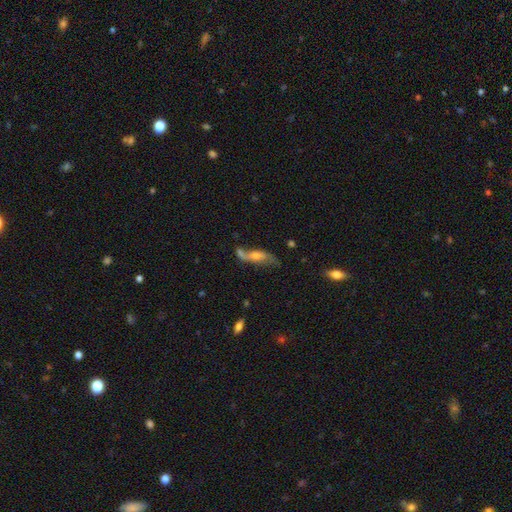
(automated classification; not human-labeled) A featured or disk galaxy (60%).

Vote fractions:
- Smooth or featured? featured or disk: 60% / smooth: 32% / star or artifact: 8%
- Edge-on disk? no: 71% / yes: 29%
- Merging? none: 46% / minor disturbance: 23% / merger: 16% / major disturbance: 15%